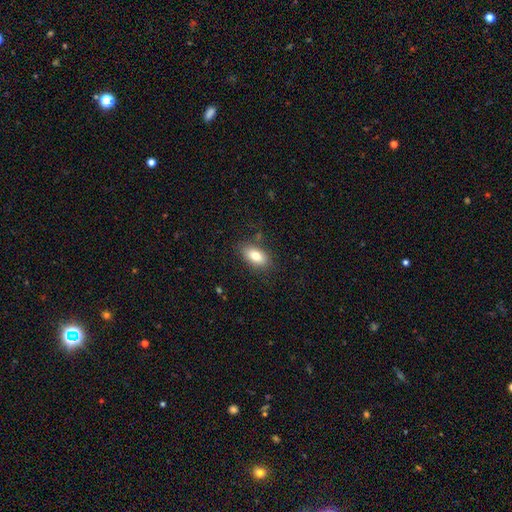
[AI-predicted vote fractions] Morphology: type=smooth (78%); roundness=in between (89%); merging=none (82%).